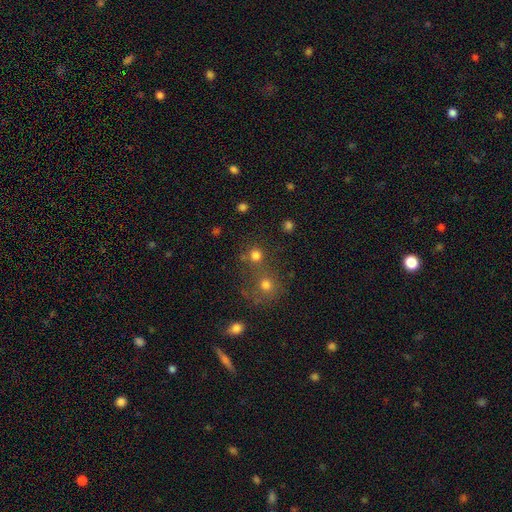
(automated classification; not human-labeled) smooth-or-featured: smooth: 77% | star or artifact: 17% | featured or disk: 7%
  how-rounded: round: 91% | in between: 8% | cigar-shaped: 1%
  merging: none: 63% | merger: 25% | minor disturbance: 7% | major disturbance: 4%